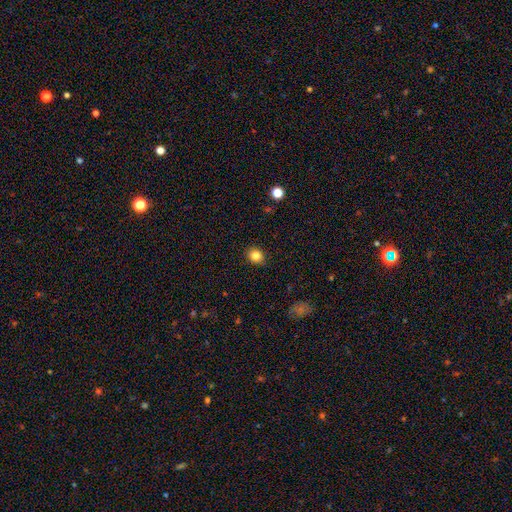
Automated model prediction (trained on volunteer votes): Smooth or featured? Predicted: smooth (p=0.84). How rounded? Predicted: round (p=0.71). Merging? Predicted: none (p=0.90).